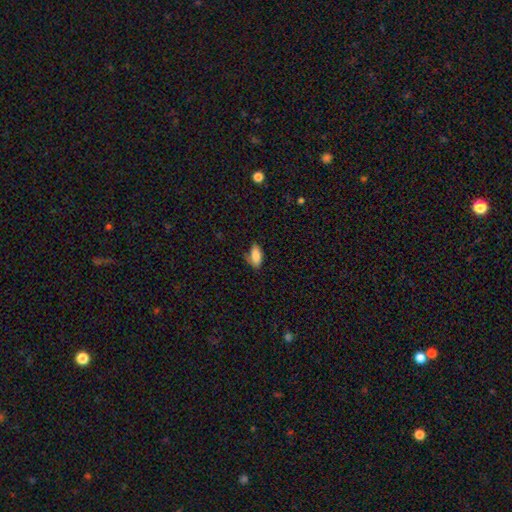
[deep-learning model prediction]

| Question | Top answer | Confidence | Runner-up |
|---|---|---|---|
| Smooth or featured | smooth | 84% | featured or disk (8%) |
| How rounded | in between | 90% | cigar-shaped (6%) |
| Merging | none | 66% | minor disturbance (26%) |